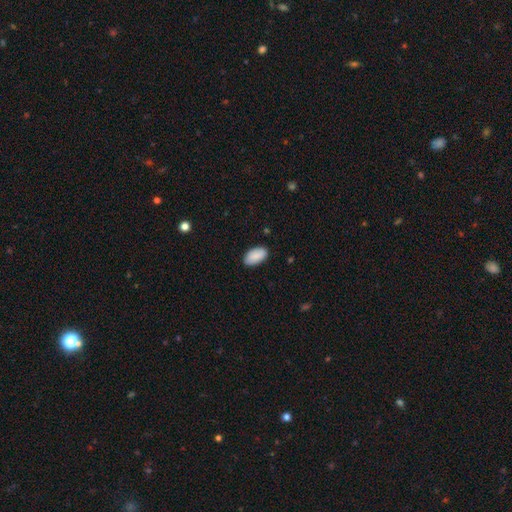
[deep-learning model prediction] The model was most divided on "merging": none: 87%, minor disturbance: 10%, major disturbance: 2%, merger: 1%. More confident: how rounded — in between (95%); smooth or featured — smooth (89%).